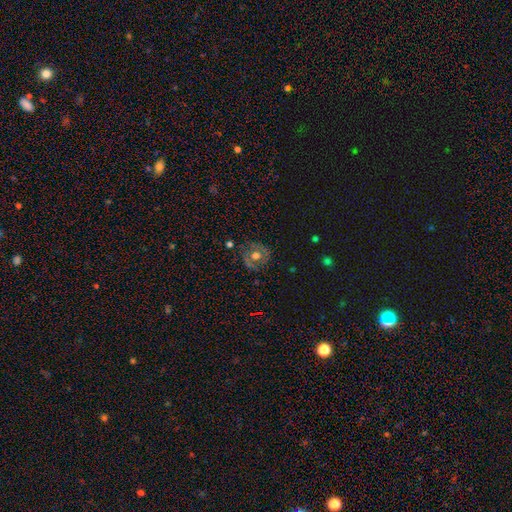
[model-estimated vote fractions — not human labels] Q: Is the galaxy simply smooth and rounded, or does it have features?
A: smooth — 46%.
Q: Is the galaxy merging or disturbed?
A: none — 78%.